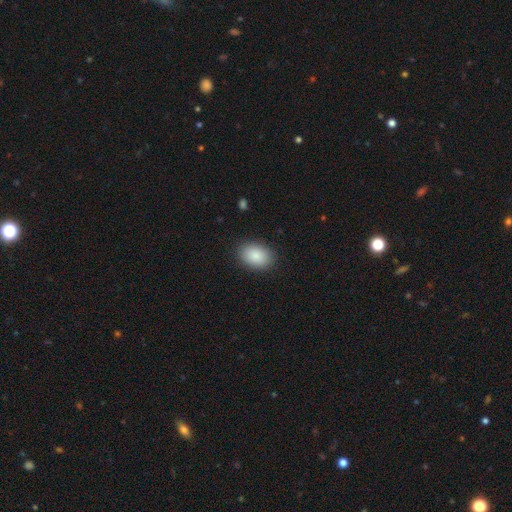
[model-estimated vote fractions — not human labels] Q: Smooth or featured?
A: smooth (87%); runner-up: star or artifact (7%)
Q: How rounded?
A: in between (83%); runner-up: round (16%)
Q: Merging?
A: none (87%); runner-up: minor disturbance (9%)